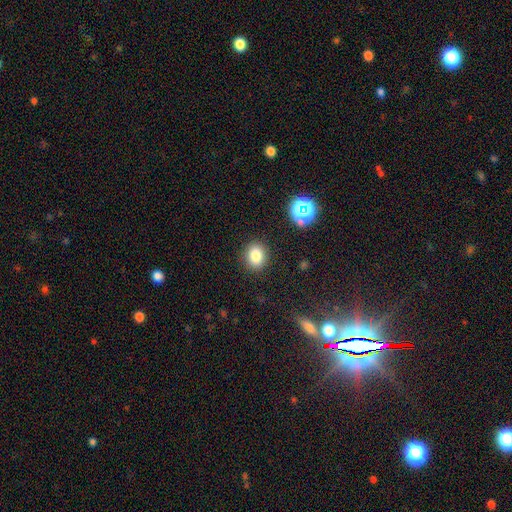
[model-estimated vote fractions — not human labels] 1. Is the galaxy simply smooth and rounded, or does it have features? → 81% smooth, 13% star or artifact, 7% featured or disk.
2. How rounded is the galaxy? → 56% round, 43% in between, 1% cigar-shaped.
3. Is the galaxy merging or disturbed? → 87% none, 8% minor disturbance, 3% major disturbance, 1% merger.